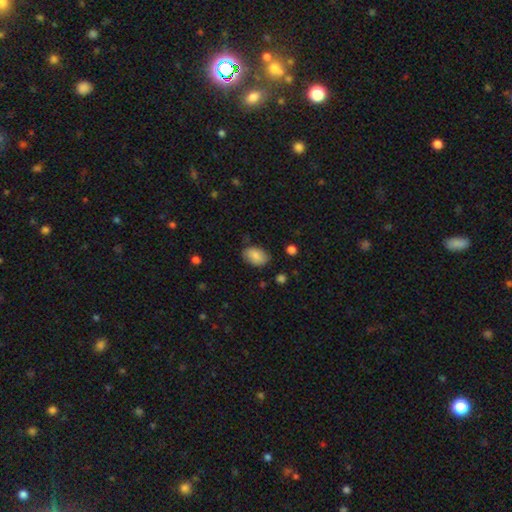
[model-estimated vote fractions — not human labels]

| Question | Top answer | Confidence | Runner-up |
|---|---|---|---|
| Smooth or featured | smooth | 86% | featured or disk (7%) |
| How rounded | in between | 86% | round (12%) |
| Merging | none | 77% | minor disturbance (18%) |